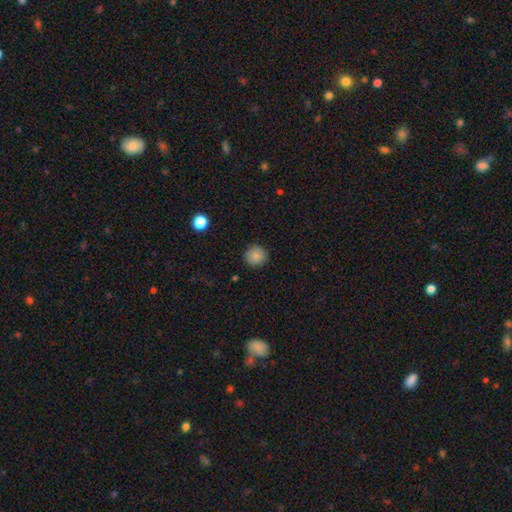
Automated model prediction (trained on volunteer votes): The model was most divided on "smooth or featured": smooth: 86%, star or artifact: 10%, featured or disk: 4%. More confident: how rounded — round (94%); merging — none (90%).